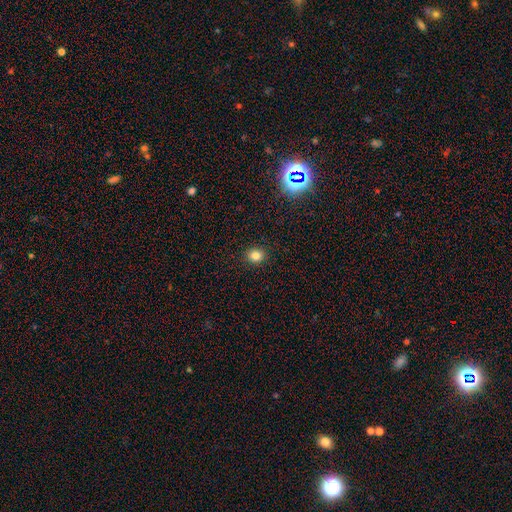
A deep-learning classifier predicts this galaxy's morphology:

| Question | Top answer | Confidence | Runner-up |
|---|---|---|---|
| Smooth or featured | smooth | 81% | star or artifact (14%) |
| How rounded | round | 77% | in between (22%) |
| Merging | none | 92% | minor disturbance (6%) |